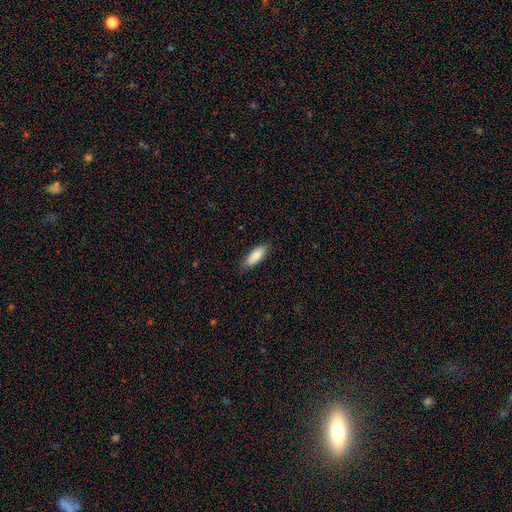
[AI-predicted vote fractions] Smooth or featured? Predicted: smooth (p=0.84). How rounded? Predicted: in between (p=0.73). Merging? Predicted: none (p=0.82).